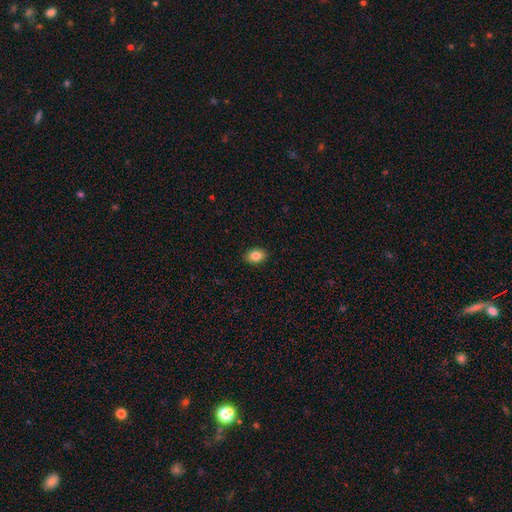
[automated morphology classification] This is clearly a smooth galaxy (86%). How rounded: clearly in between (82%). Merging: clearly none (90%).